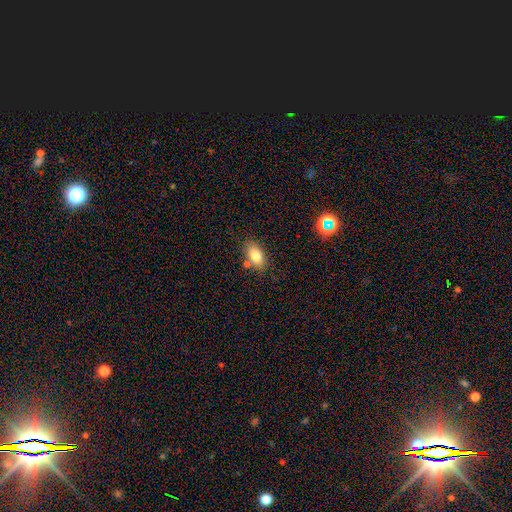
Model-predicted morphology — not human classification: The model was most divided on "merging": none: 76%, minor disturbance: 13%, merger: 8%, major disturbance: 3%. More confident: how rounded — in between (89%); smooth or featured — smooth (80%).